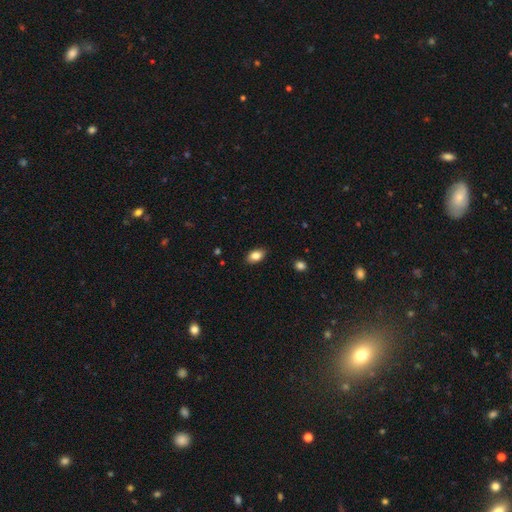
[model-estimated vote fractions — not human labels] The model was most divided on "smooth or featured": smooth: 84%, featured or disk: 8%, star or artifact: 8%. More confident: how rounded — in between (89%); merging — none (86%).